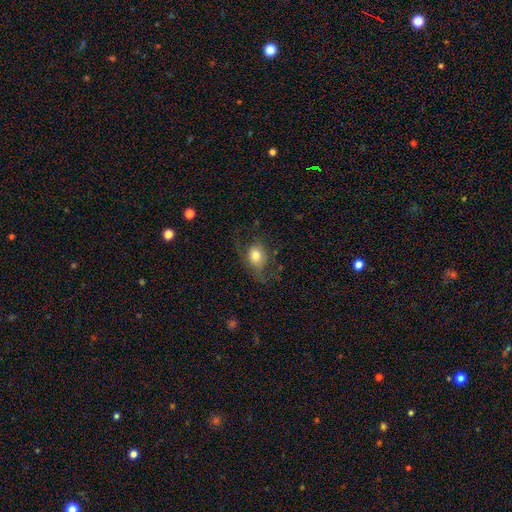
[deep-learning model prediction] The model was most divided on "how rounded": in between: 58%, round: 41%, cigar-shaped: 2%. Remaining: smooth or featured — smooth (66%); merging — none (47%).